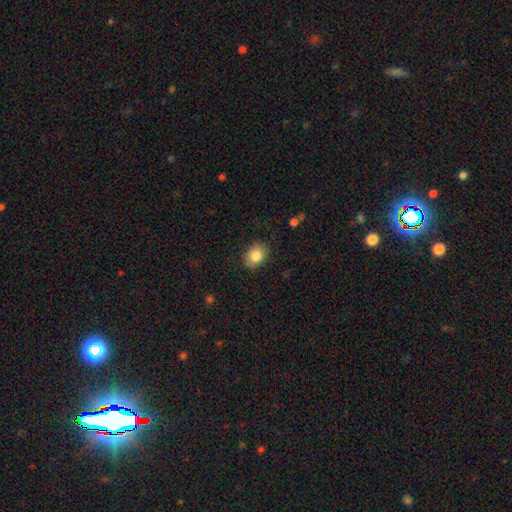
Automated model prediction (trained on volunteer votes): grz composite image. It shows a smooth galaxy with no disk features (84%) that is in between round and cigar-shaped (56%). Merging: none (84%).